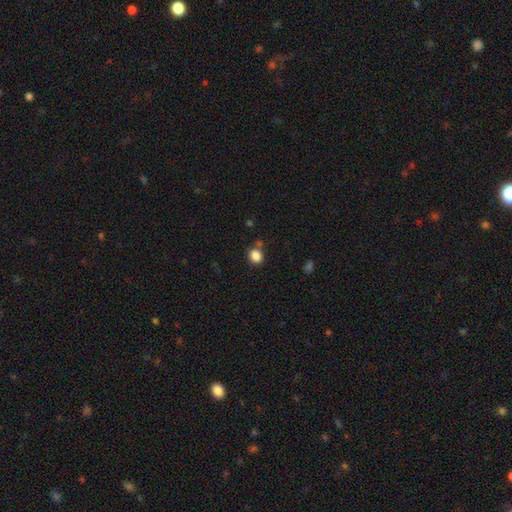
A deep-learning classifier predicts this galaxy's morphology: Q: Smooth or featured?
A: smooth (85%); runner-up: star or artifact (11%)
Q: How rounded?
A: round (60%); runner-up: in between (39%)
Q: Merging?
A: none (73%); runner-up: minor disturbance (13%)